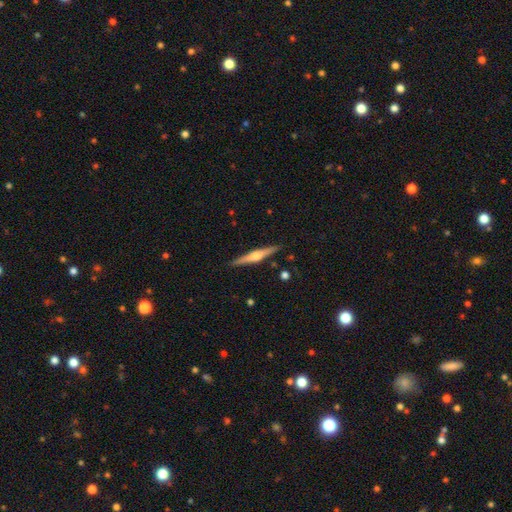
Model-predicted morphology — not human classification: This appears to be a featured or disk galaxy (71%) viewed edge-on (98%) with a rounded central bulge (90%). Merging: none (90%).